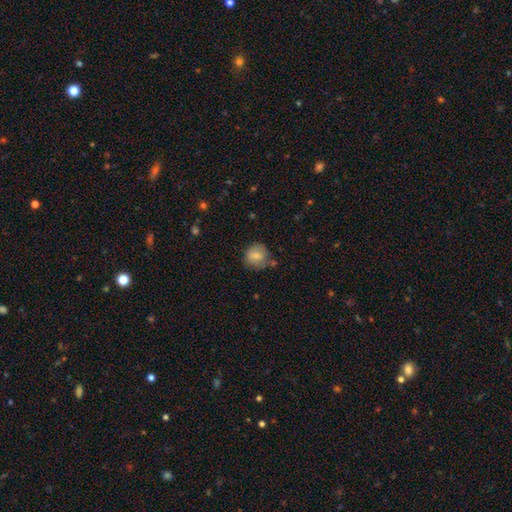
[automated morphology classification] Smooth or featured?
  - smooth: 78% *
  - featured or disk: 13%
  - star or artifact: 8%
How rounded?
  - round: 84% *
  - in between: 15%
  - cigar-shaped: 1%
Merging?
  - none: 68% *
  - minor disturbance: 21%
  - merger: 6%
  - major disturbance: 5%